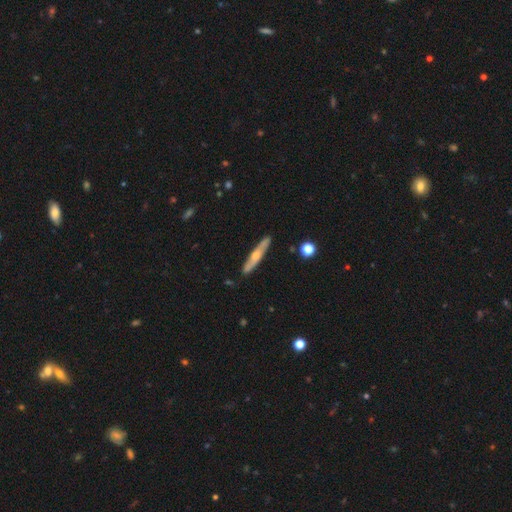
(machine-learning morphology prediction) smooth_or_featured: featured or disk (p=0.62) [alt: smooth p=0.32]
disk_edge_on: yes (p=0.90) [alt: no p=0.10]
edge_on_bulge: rounded (p=0.84) [alt: none p=0.12]
merging: none (p=0.87) [alt: minor disturbance p=0.10]